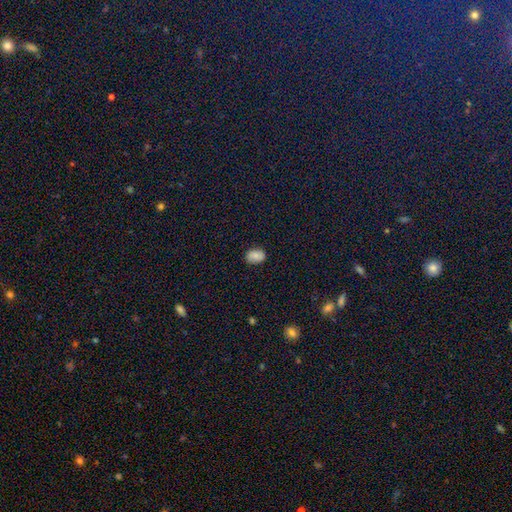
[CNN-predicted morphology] A smooth galaxy with no disk features (81%) that is in between round and cigar-shaped (78%). Merging: none (81%).